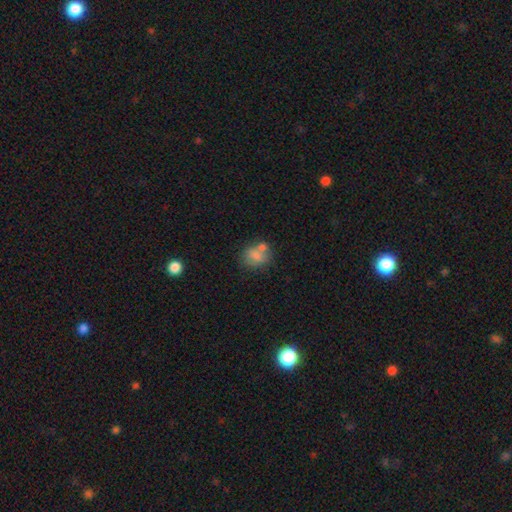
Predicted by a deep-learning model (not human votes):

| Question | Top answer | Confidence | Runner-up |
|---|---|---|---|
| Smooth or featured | smooth | 74% | featured or disk (15%) |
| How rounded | round | 55% | in between (44%) |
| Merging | none | 47% | merger (31%) |